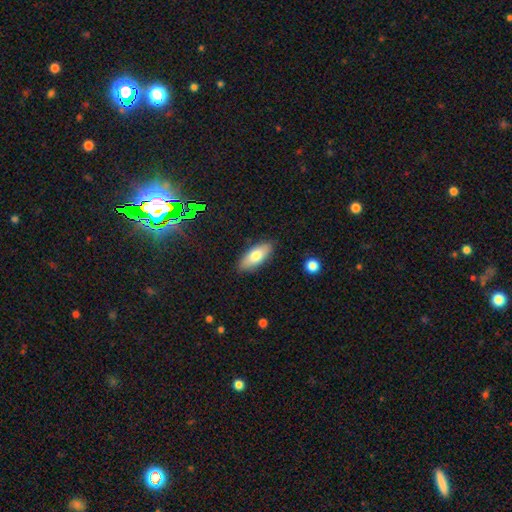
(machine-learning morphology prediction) Smooth or featured? smooth (76%)
How rounded? in between (81%)
Merging? none (86%)